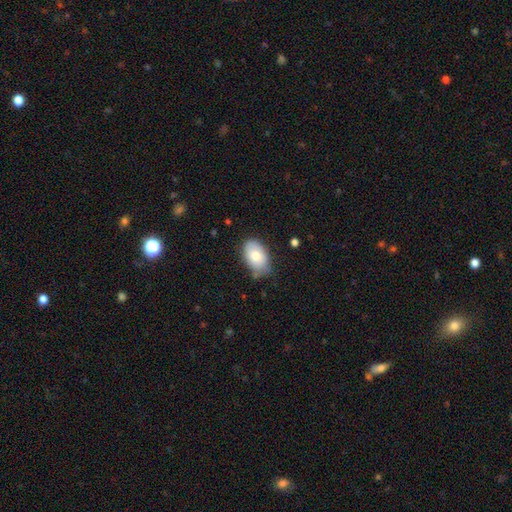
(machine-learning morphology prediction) This is likely a smooth galaxy (76%). How rounded: clearly in between (89%). Merging: likely none (69%).